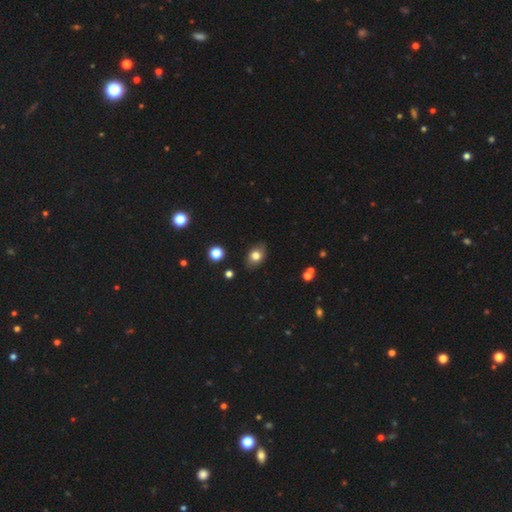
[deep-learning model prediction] Q: Smooth or featured?
A: smooth (77%); runner-up: featured or disk (12%)
Q: How rounded?
A: in between (74%); runner-up: round (25%)
Q: Merging?
A: none (83%); runner-up: minor disturbance (12%)